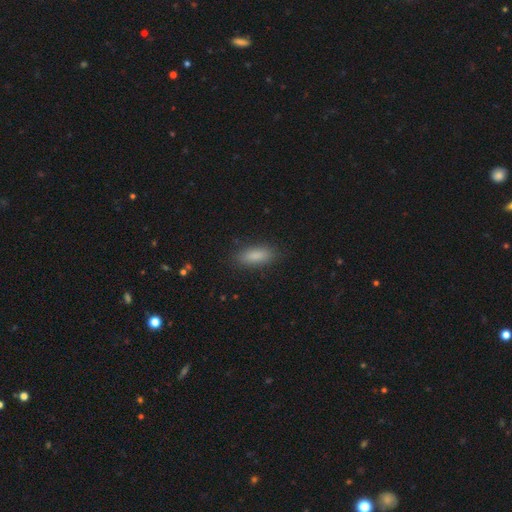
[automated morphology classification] smooth 86%, star or artifact 8%, featured or disk 6%. Down the decision tree: how rounded — in between (73%); merging — none (87%).